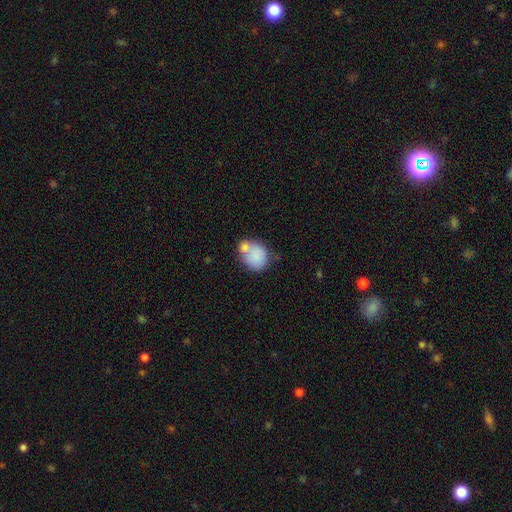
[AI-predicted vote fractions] Smooth or featured? Predicted: smooth (p=0.79). How rounded? Predicted: round (p=0.62). Merging? Predicted: none (p=0.40).